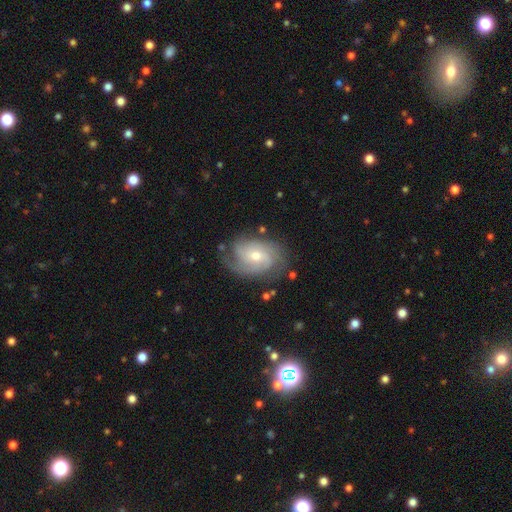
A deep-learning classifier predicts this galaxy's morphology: The model was most divided on "spiral arm count": 2: 33%, can't tell: 26%, 3: 25%, 4: 7%, 1: 6%, more than 4: 4%. Remaining: edge-on disk — no (96%); spiral arms — yes (94%); smooth or featured — featured or disk (81%); merging — none (71%); bar — no (56%); bulge size — moderate (55%); spiral winding — tight (49%).